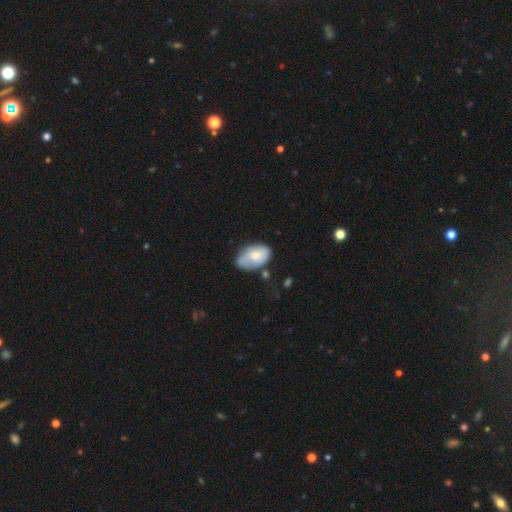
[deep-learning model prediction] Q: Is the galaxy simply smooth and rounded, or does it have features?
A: smooth — 65%.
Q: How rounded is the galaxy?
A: in between — 91%.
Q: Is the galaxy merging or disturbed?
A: none — 52%.